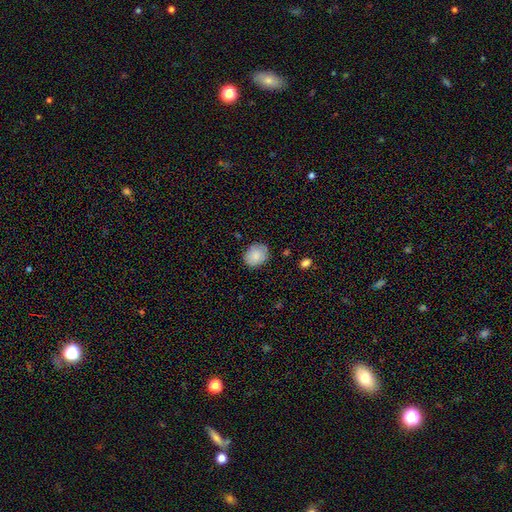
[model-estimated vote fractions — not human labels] smooth_or_featured: smooth (p=0.85) [alt: featured or disk p=0.08]
how_rounded: round (p=0.55) [alt: in between p=0.45]
merging: none (p=0.83) [alt: minor disturbance p=0.13]